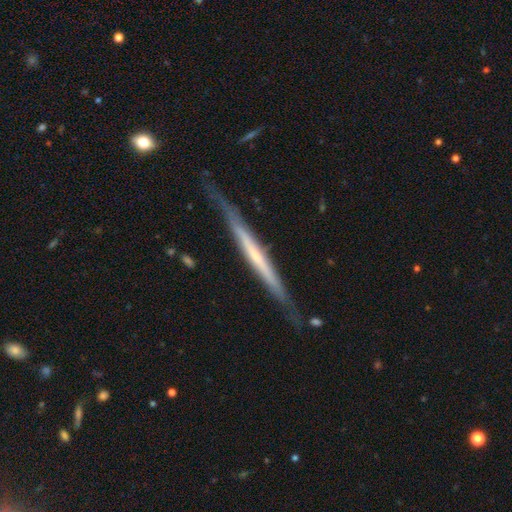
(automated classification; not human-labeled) Smooth or featured: featured or disk — 66% (smooth — 28%)
Edge-on disk: yes — 96% (no — 4%)
Edge-on bulge: none — 75% (rounded — 16%)
Merging: none — 78% (minor disturbance — 17%)